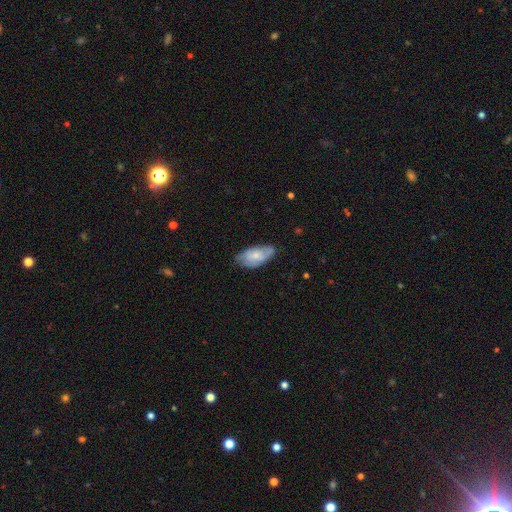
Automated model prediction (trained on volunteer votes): This is possibly a smooth galaxy (56%). How rounded: clearly in between (91%). Merging: likely none (61%).